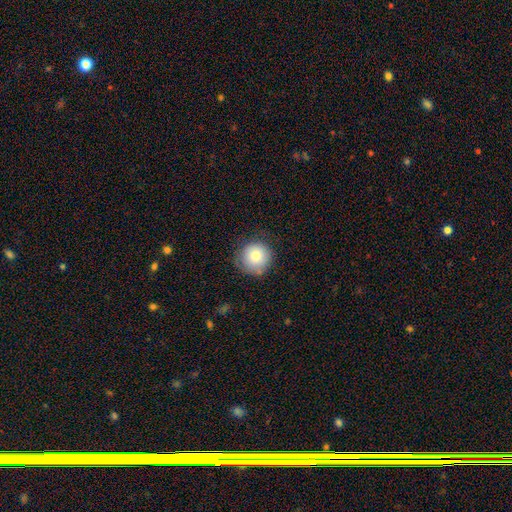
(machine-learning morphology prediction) The model was most divided on "merging": none: 76%, minor disturbance: 18%, major disturbance: 5%, merger: 2%. More confident: how rounded — round (94%); smooth or featured — smooth (80%).